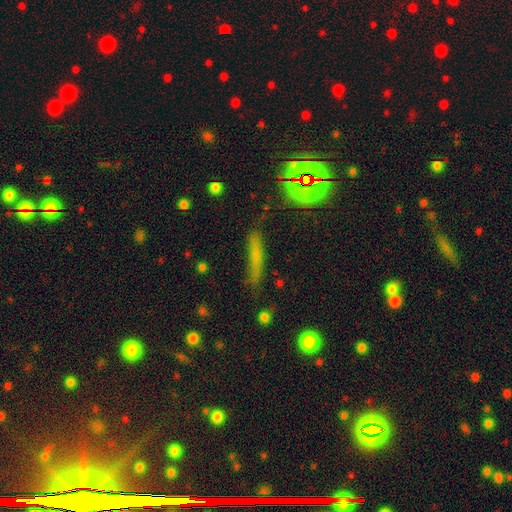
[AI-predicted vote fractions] Overall: smooth (56%; featured or disk 25%). How rounded: cigar-shaped (87%). Merging: none (71%).